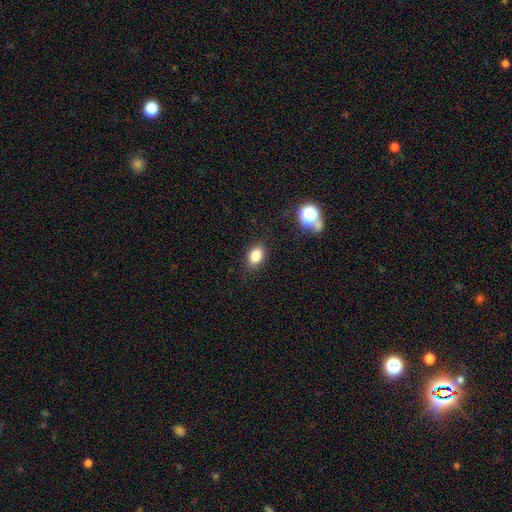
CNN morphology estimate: Smooth or featured: smooth — 83% (star or artifact — 11%)
How rounded: in between — 80% (round — 19%)
Merging: none — 86% (minor disturbance — 10%)